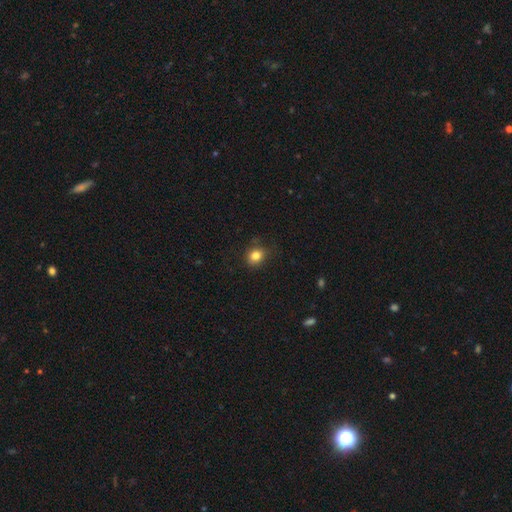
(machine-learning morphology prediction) Smooth or featured?
  - smooth: 83% *
  - star or artifact: 12%
  - featured or disk: 6%
How rounded?
  - round: 65% *
  - in between: 34%
  - cigar-shaped: 1%
Merging?
  - none: 80% *
  - minor disturbance: 15%
  - major disturbance: 4%
  - merger: 1%